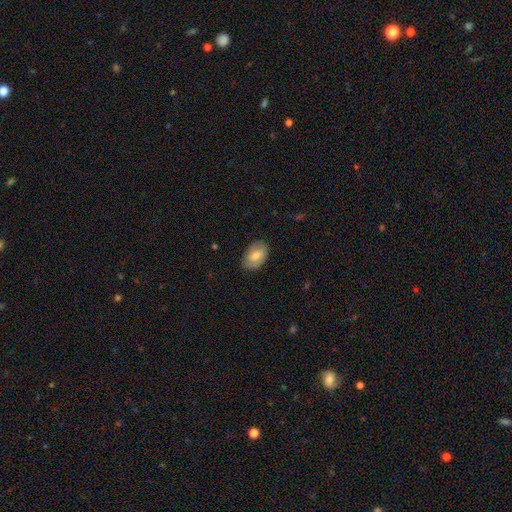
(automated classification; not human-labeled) Smooth or featured?
  - smooth: 71% *
  - featured or disk: 22%
  - star or artifact: 7%
How rounded?
  - in between: 90% *
  - round: 9%
  - cigar-shaped: 1%
Merging?
  - none: 80% *
  - minor disturbance: 15%
  - major disturbance: 3%
  - merger: 1%